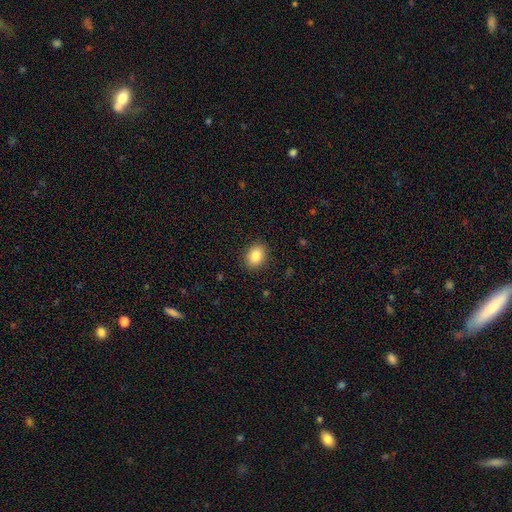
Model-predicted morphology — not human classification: This is clearly a smooth galaxy (86%). How rounded: likely in between (65%). Merging: clearly none (88%).